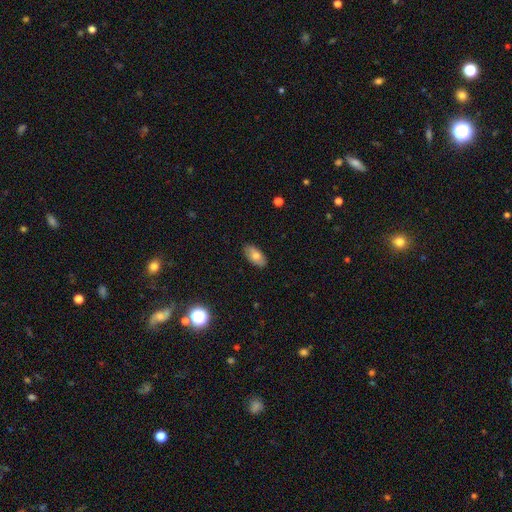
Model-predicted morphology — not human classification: This appears to be a smooth galaxy with no disk features (72%) that is in between round and cigar-shaped (93%). Merging: none (87%).